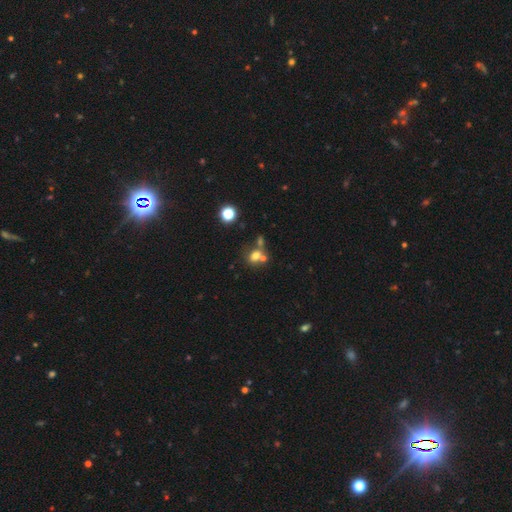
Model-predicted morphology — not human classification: This is likely a smooth galaxy (68%). How rounded: likely round (61%). Merging: possibly merger (45%).